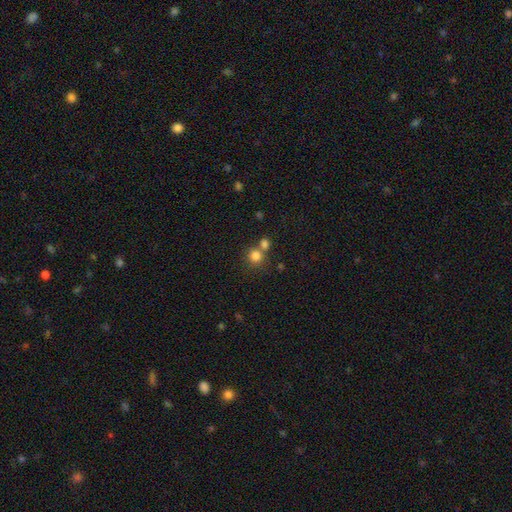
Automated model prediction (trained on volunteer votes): The model was most divided on "merging": none: 57%, merger: 33%, minor disturbance: 7%, major disturbance: 3%. More confident: how rounded — round (89%); smooth or featured — smooth (81%).